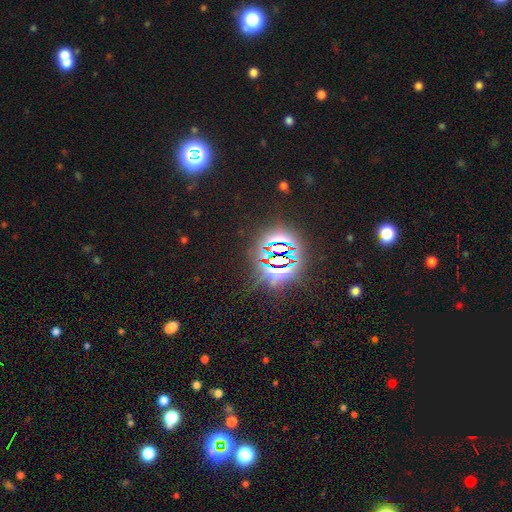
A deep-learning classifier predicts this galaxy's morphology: Q: Smooth or featured?
A: star or artifact (81%); runner-up: smooth (11%)